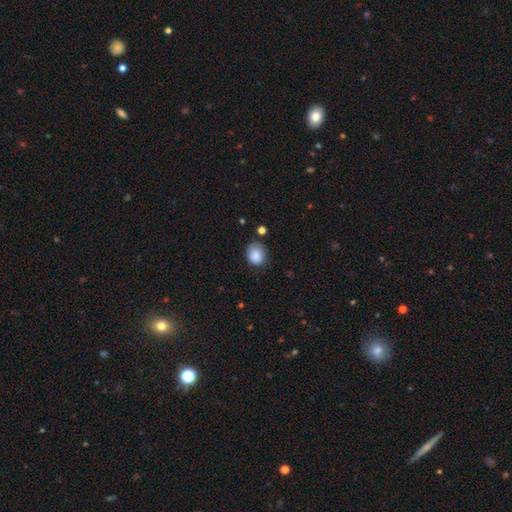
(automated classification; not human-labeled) Smooth or featured? smooth (86%)
How rounded? round (62%)
Merging? none (60%)